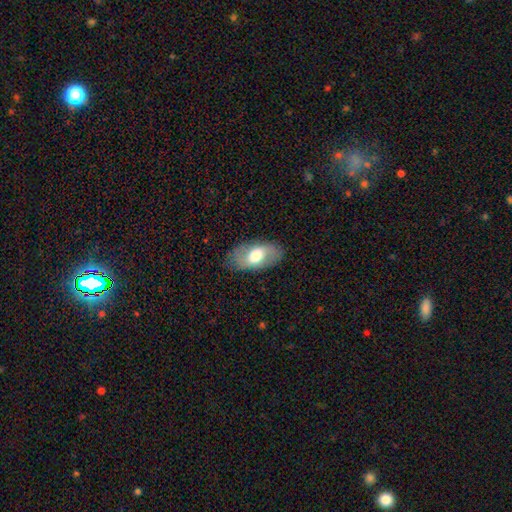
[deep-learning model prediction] This appears to be a smooth galaxy with no disk features (54%) that is in between round and cigar-shaped (93%). Merging: none (80%).